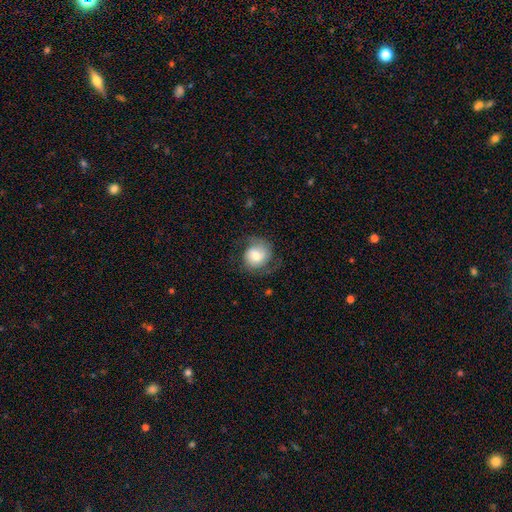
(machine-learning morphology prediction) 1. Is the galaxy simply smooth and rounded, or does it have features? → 49% featured or disk, 43% smooth, 8% star or artifact.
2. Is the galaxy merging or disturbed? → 66% none, 20% minor disturbance, 13% major disturbance, 1% merger.